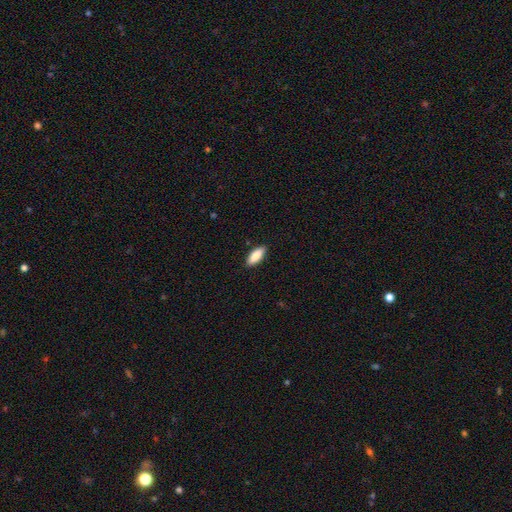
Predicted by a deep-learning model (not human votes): Smooth or featured: smooth — 86% (featured or disk — 8%)
How rounded: in between — 74% (cigar-shaped — 24%)
Merging: none — 89% (minor disturbance — 8%)